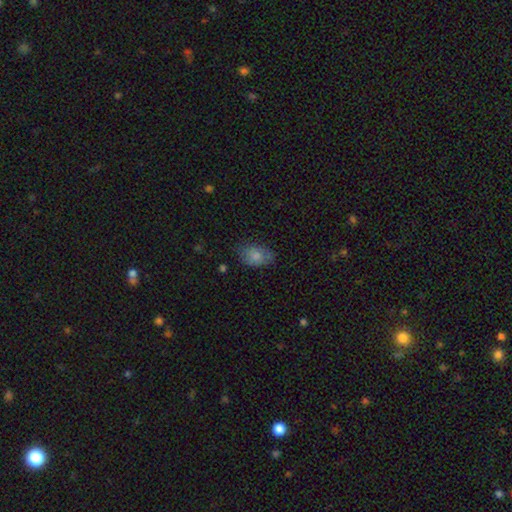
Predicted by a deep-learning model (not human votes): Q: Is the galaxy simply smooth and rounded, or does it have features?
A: smooth — 79%.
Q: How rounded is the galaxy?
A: in between — 84%.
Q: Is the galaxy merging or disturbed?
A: none — 65%.